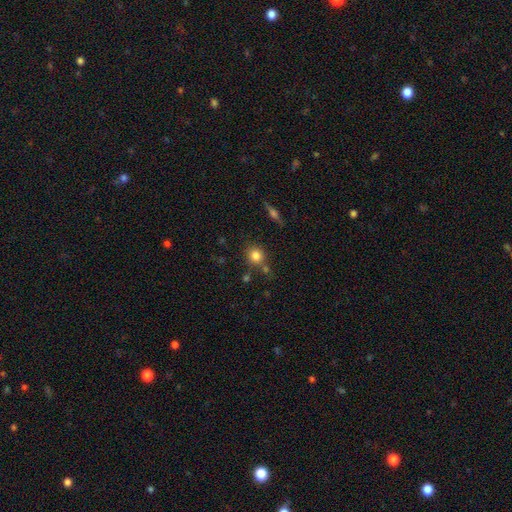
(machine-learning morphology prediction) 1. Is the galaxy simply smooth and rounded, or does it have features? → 81% smooth, 11% star or artifact, 8% featured or disk.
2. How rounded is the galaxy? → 87% round, 12% in between, 1% cigar-shaped.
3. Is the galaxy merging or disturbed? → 73% none, 12% merger, 11% minor disturbance, 4% major disturbance.